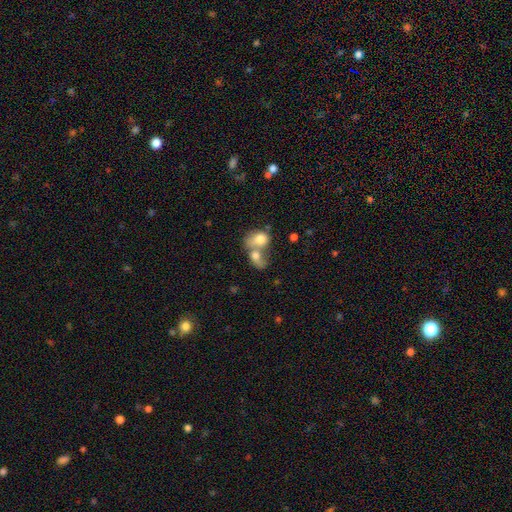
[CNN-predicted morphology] A smooth galaxy with no disk features (72%) that is in between round and cigar-shaped (61%).

Vote fractions:
- Smooth or featured? smooth: 72% / featured or disk: 20% / star or artifact: 8%
- How rounded? in between: 61% / round: 37% / cigar-shaped: 2%
- Merging? merger: 77% / none: 12% / major disturbance: 6% / minor disturbance: 5%